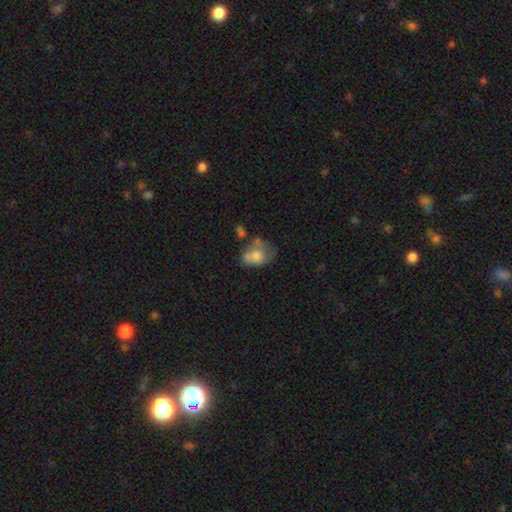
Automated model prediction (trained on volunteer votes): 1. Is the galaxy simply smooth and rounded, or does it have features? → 64% smooth, 27% featured or disk, 9% star or artifact.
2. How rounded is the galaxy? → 71% in between, 28% round, 1% cigar-shaped.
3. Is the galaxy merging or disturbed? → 28% none, 25% minor disturbance, 25% merger, 21% major disturbance.